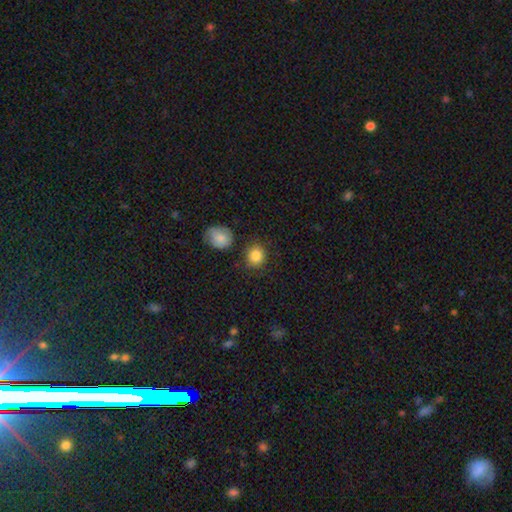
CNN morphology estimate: Smooth or featured: smooth — 86% (star or artifact — 9%)
How rounded: round — 82% (in between — 17%)
Merging: none — 82% (minor disturbance — 10%)